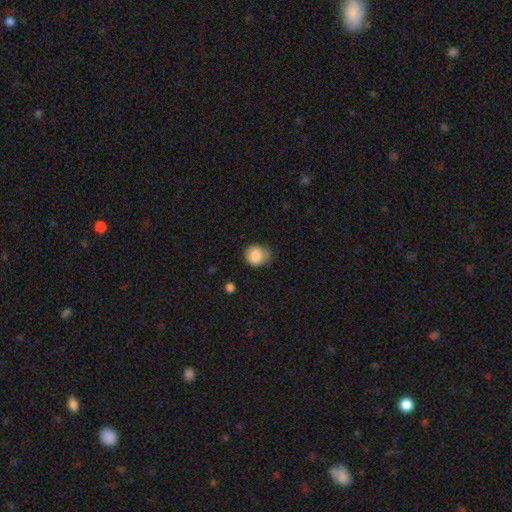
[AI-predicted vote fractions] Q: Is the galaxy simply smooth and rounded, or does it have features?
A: smooth — 84%.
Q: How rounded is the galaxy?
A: round — 71%.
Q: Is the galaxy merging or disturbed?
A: none — 55%.